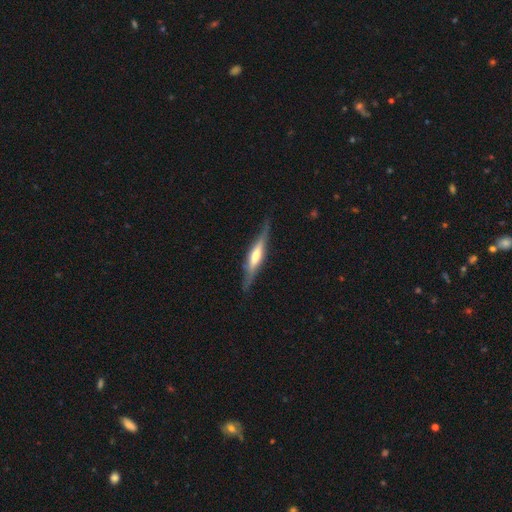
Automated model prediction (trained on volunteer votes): Morphology: type=featured or disk (67%); edge-on=yes (93%); edge-on bulge=rounded (61%); merging=none (79%).